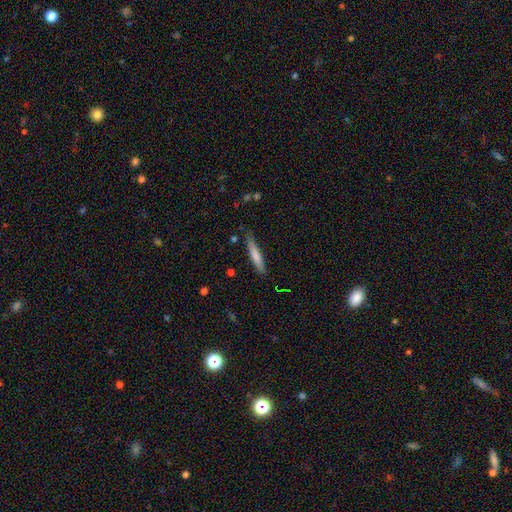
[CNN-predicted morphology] smooth_or_featured: smooth (p=0.72) [alt: featured or disk p=0.22]
how_rounded: cigar-shaped (p=0.92) [alt: in between p=0.07]
merging: none (p=0.78) [alt: minor disturbance p=0.17]